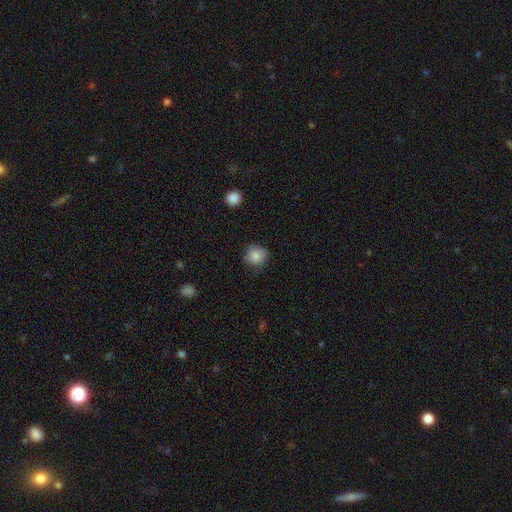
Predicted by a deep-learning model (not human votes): Morphology: type=smooth (85%); roundness=round (90%); merging=none (79%).